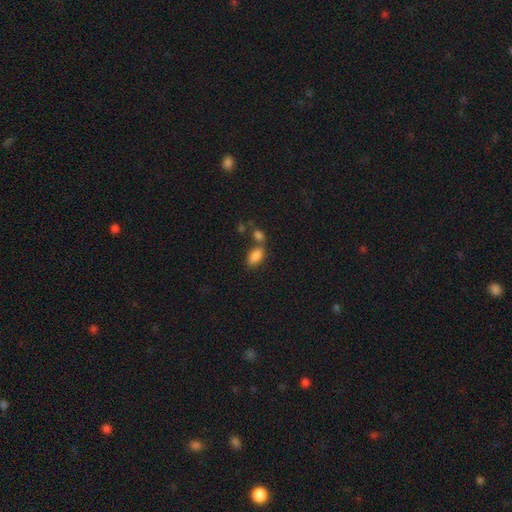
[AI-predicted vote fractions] This is clearly a smooth galaxy (86%). How rounded: clearly in between (92%). Merging: possibly none (52%).